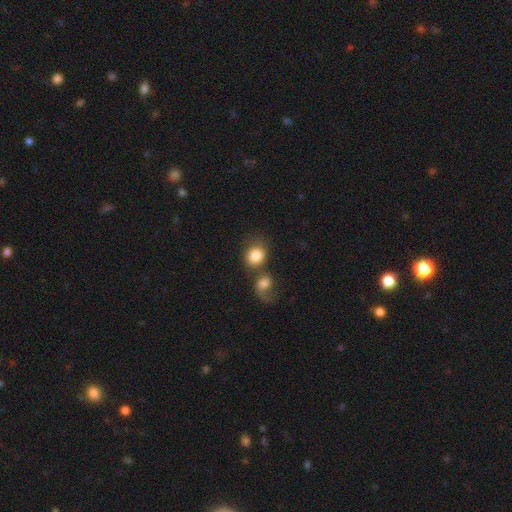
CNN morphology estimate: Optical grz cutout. It shows a smooth galaxy with no disk features (83%) that is round (64%). Merging: merger (46%).